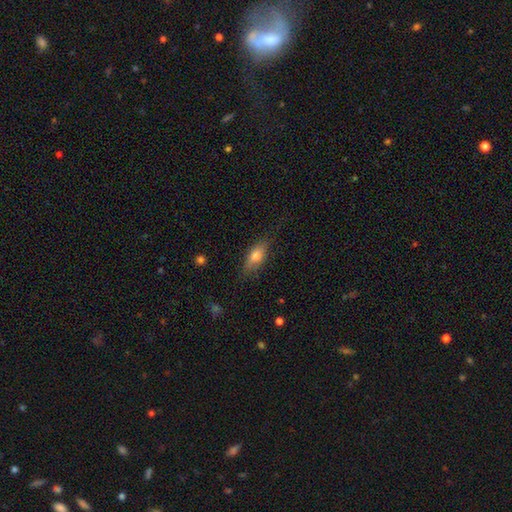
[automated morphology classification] This is likely a smooth galaxy (71%). How rounded: likely in between (70%). Merging: likely none (77%).